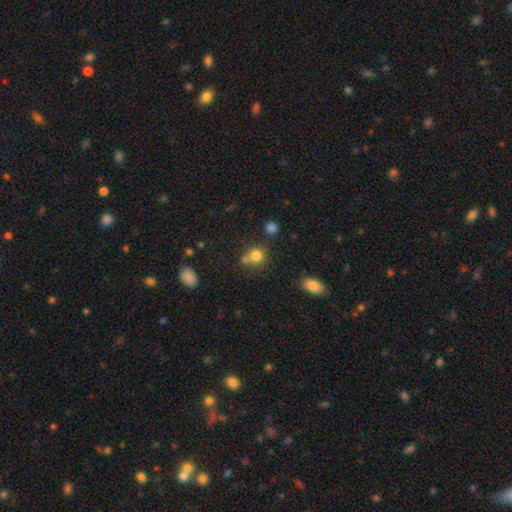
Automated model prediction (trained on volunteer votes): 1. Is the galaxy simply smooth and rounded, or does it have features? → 79% smooth, 13% star or artifact, 8% featured or disk.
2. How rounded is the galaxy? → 81% round, 18% in between, 1% cigar-shaped.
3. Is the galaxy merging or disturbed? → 56% none, 27% merger, 12% minor disturbance, 4% major disturbance.